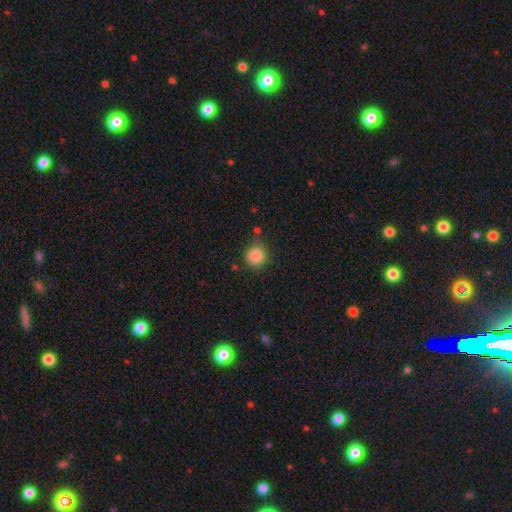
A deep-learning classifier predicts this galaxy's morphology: Smooth or featured? smooth (87%)
How rounded? round (91%)
Merging? none (80%)